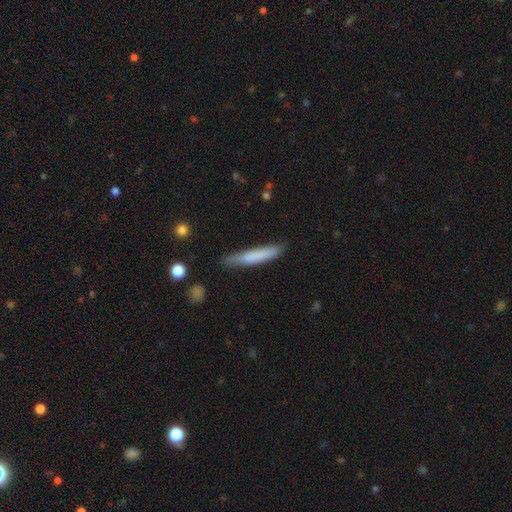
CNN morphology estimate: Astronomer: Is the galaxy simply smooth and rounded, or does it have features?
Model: smooth — 74%.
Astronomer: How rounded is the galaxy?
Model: cigar-shaped — 92%.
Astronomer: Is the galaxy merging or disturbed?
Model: none — 77%.